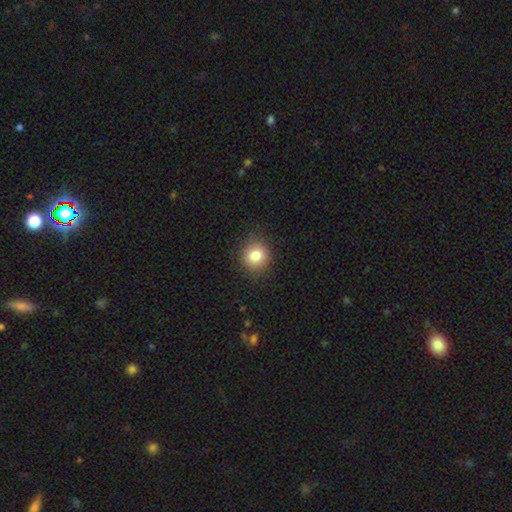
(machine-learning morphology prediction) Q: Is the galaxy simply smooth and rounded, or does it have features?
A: smooth — 82%.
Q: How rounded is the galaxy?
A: round — 85%.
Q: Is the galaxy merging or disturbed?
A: none — 88%.